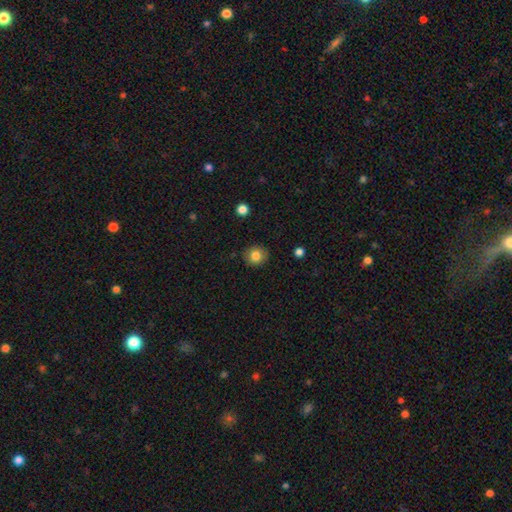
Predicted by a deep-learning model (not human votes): A smooth galaxy with no disk features (82%) that is round (83%).

Vote fractions:
- Smooth or featured? smooth: 82% / star or artifact: 10% / featured or disk: 8%
- How rounded? round: 83% / in between: 16% / cigar-shaped: 1%
- Merging? none: 88% / minor disturbance: 9% / major disturbance: 2% / merger: 1%